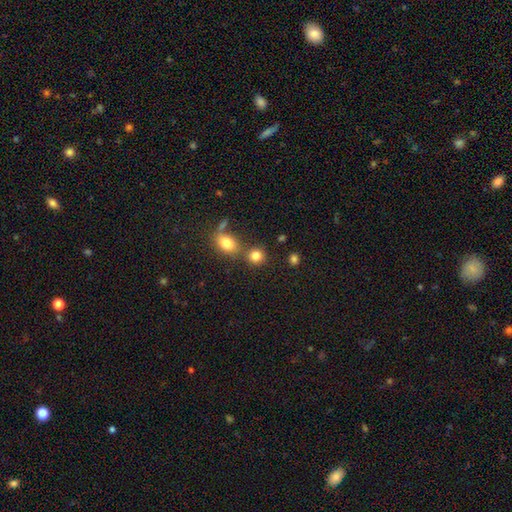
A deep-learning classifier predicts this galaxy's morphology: A smooth galaxy with no disk features (81%) that is round (82%).

Vote fractions:
- Smooth or featured? smooth: 81% / star or artifact: 12% / featured or disk: 7%
- How rounded? round: 82% / in between: 17% / cigar-shaped: 1%
- Merging? none: 63% / merger: 25% / minor disturbance: 8% / major disturbance: 4%